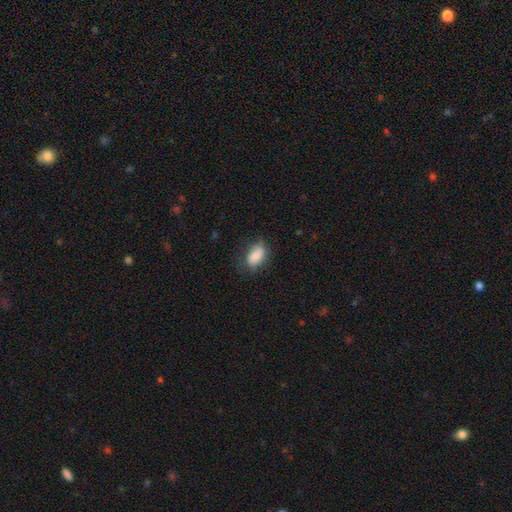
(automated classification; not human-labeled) Smooth or featured? Predicted: smooth (p=0.79). How rounded? Predicted: in between (p=0.90). Merging? Predicted: none (p=0.66).